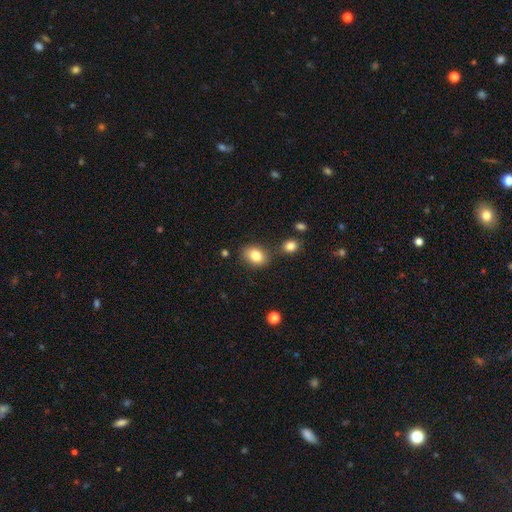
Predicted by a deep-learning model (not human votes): A smooth galaxy with no disk features (83%) that is in between round and cigar-shaped (70%). Merging: none (76%).